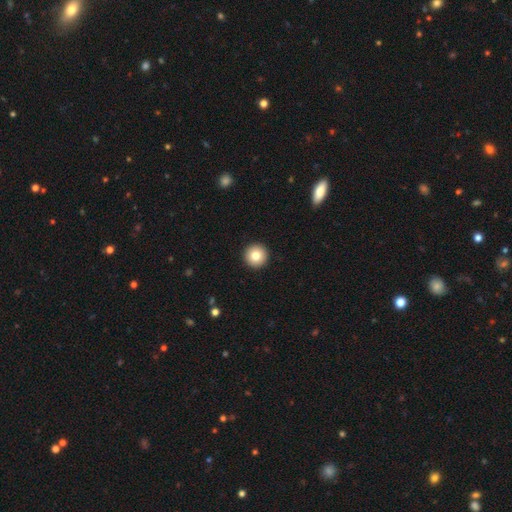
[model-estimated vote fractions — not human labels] The model was most divided on "smooth or featured": smooth: 81%, featured or disk: 10%, star or artifact: 9%. More confident: how rounded — round (97%); merging — none (94%).